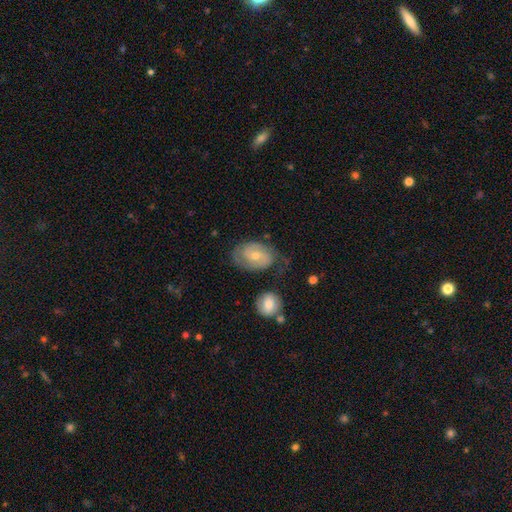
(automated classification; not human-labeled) This appears to be a featured or disk galaxy (58%) with no bar (56%), spiral arms (85%) and a small central bulge (48%). Merging: none (57%).